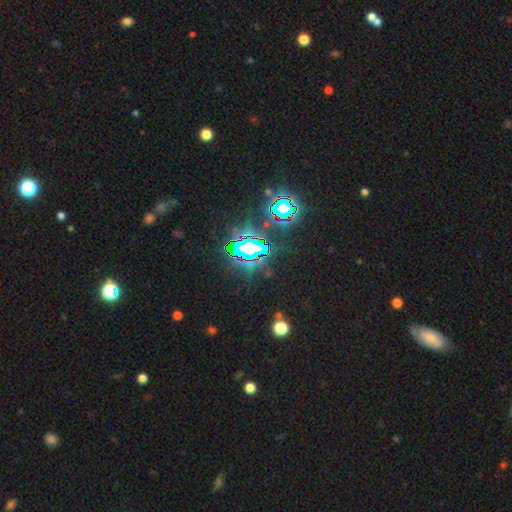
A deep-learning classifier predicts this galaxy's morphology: This appears to be a star or artifact, not a galaxy (81%).